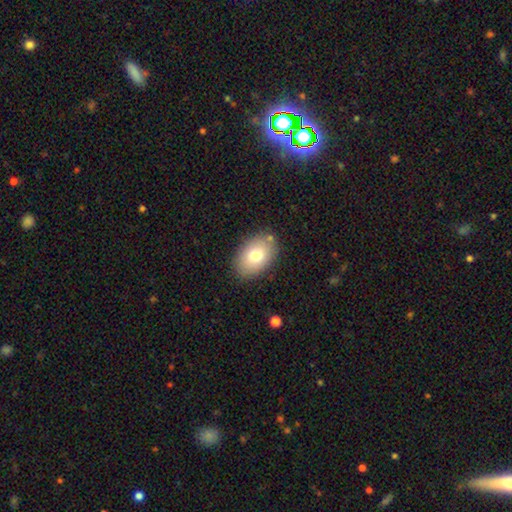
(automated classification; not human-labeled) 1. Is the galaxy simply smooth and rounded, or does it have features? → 76% smooth, 16% featured or disk, 9% star or artifact.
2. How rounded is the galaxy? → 86% in between, 13% round, 1% cigar-shaped.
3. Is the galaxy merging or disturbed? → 84% none, 11% minor disturbance, 2% merger, 2% major disturbance.